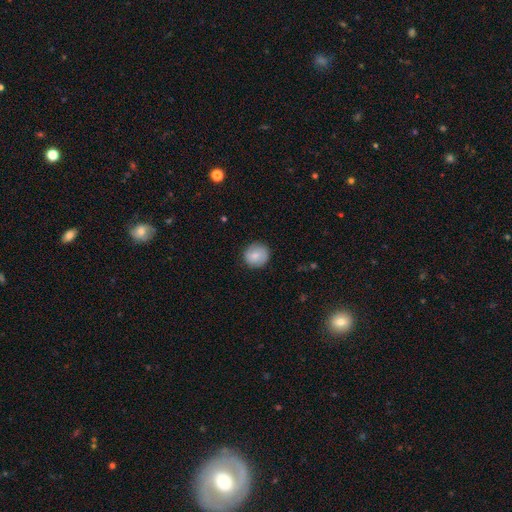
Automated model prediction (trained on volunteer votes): The model was most divided on "smooth or featured": smooth: 79%, featured or disk: 14%, star or artifact: 7%. More confident: how rounded — round (89%); merging — none (86%).